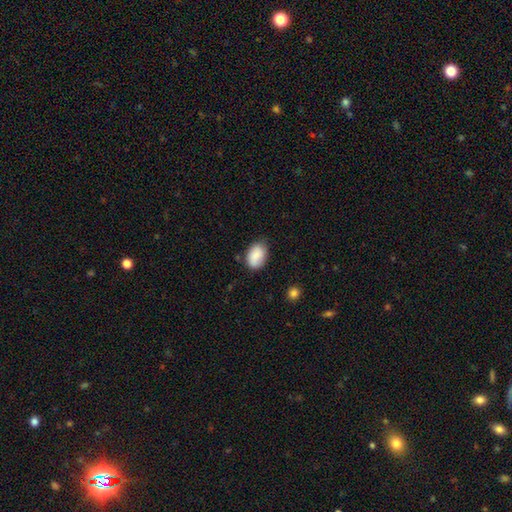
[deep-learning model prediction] Smooth or featured: smooth — 84% (featured or disk — 9%)
How rounded: in between — 84% (round — 15%)
Merging: none — 72% (minor disturbance — 22%)